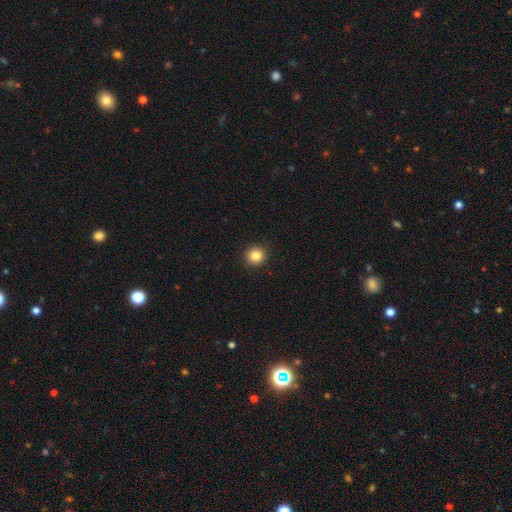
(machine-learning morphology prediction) Q: Smooth or featured?
A: smooth (84%); runner-up: star or artifact (11%)
Q: How rounded?
A: round (91%); runner-up: in between (8%)
Q: Merging?
A: none (93%); runner-up: minor disturbance (5%)